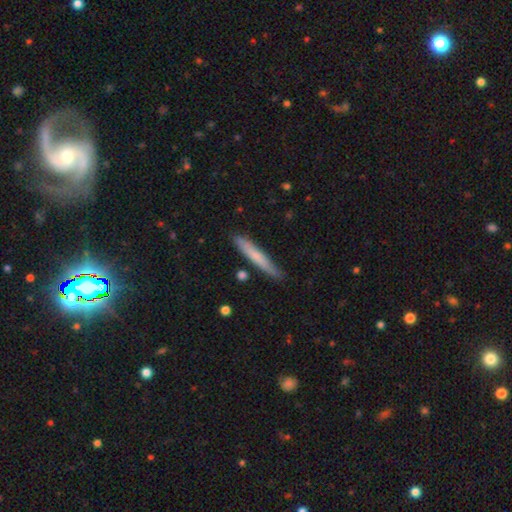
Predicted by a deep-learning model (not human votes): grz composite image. It shows a smooth galaxy with no disk features (67%) that is cigar-shaped (95%). Merging: none (83%).